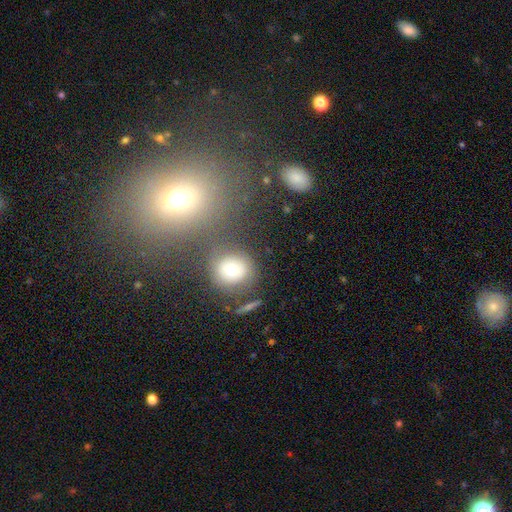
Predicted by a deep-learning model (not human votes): A smooth galaxy with no disk features (55%) that is round (77%).

Vote fractions:
- Smooth or featured? smooth: 55% / star or artifact: 23% / featured or disk: 22%
- How rounded? round: 77% / in between: 22% / cigar-shaped: 1%
- Merging? none: 72% / minor disturbance: 12% / merger: 10% / major disturbance: 6%